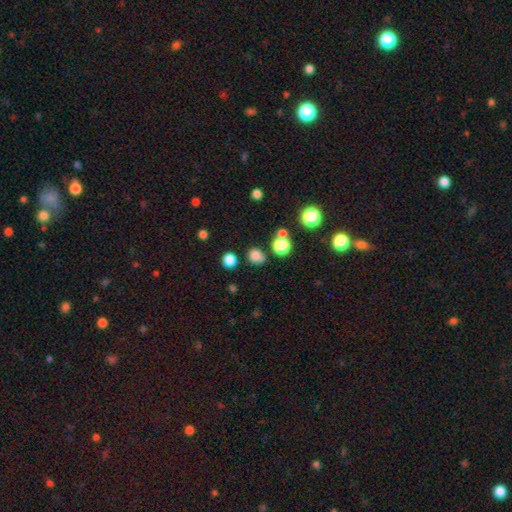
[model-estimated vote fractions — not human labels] Morphology: type=smooth (77%); roundness=round (77%); merging=none (77%).